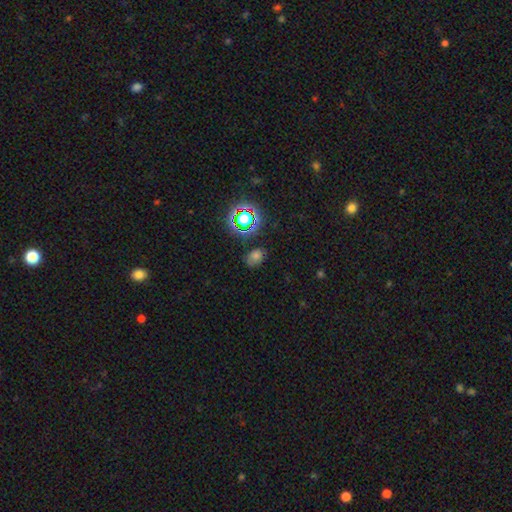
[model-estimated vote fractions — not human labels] Smooth or featured? smooth (58%)
How rounded? in between (63%)
Merging? none (75%)